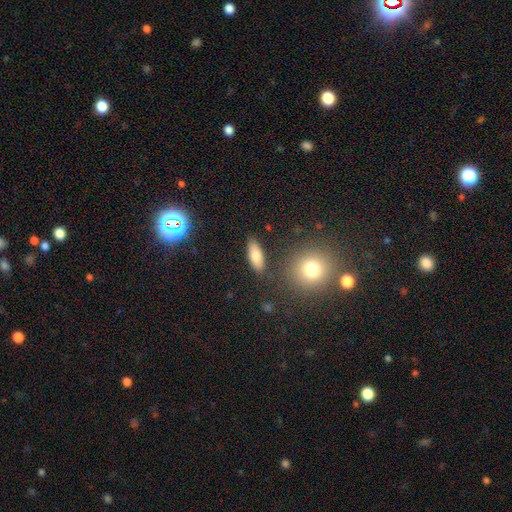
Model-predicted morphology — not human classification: Smooth or featured?
  - smooth: 80% *
  - featured or disk: 12%
  - star or artifact: 8%
How rounded?
  - in between: 72% *
  - cigar-shaped: 24%
  - round: 4%
Merging?
  - none: 84% *
  - minor disturbance: 10%
  - merger: 3%
  - major disturbance: 3%